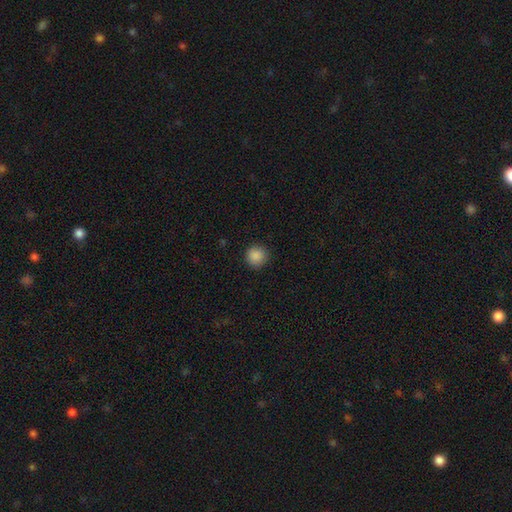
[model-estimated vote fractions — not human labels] Smooth or featured?
  - smooth: 88% *
  - star or artifact: 10%
  - featured or disk: 2%
How rounded?
  - round: 94% *
  - in between: 5%
  - cigar-shaped: 1%
Merging?
  - none: 90% *
  - minor disturbance: 7%
  - major disturbance: 2%
  - merger: 1%